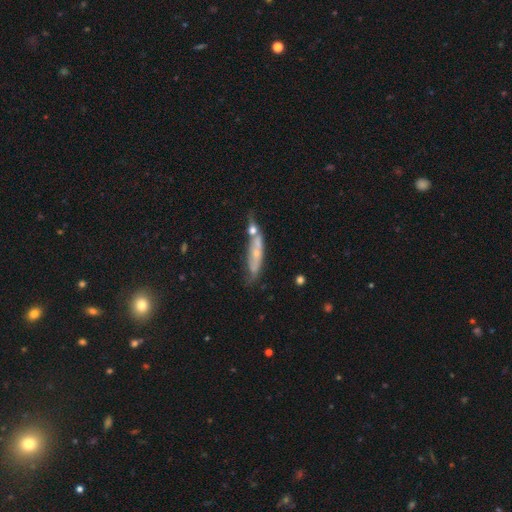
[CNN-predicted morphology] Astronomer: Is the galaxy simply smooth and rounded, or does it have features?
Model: featured or disk — 52% (runner-up: smooth, 41%).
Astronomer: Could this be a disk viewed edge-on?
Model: yes — 50%, tied with no at 50%.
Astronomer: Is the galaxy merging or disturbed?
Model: none — 40% (runner-up: merger, 29%).